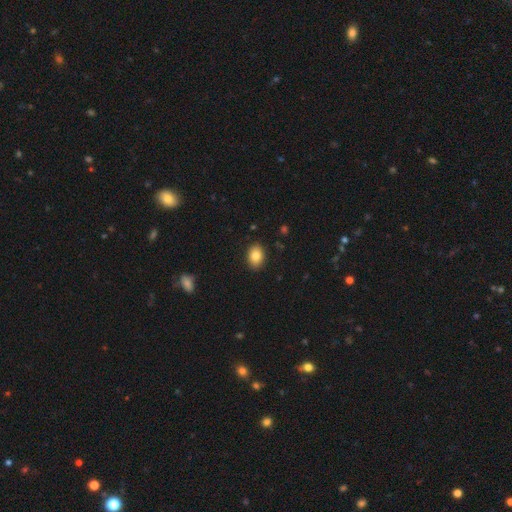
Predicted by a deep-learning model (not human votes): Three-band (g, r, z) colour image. It shows a smooth galaxy with no disk features (84%) that is in between round and cigar-shaped (78%). Merging: none (88%).